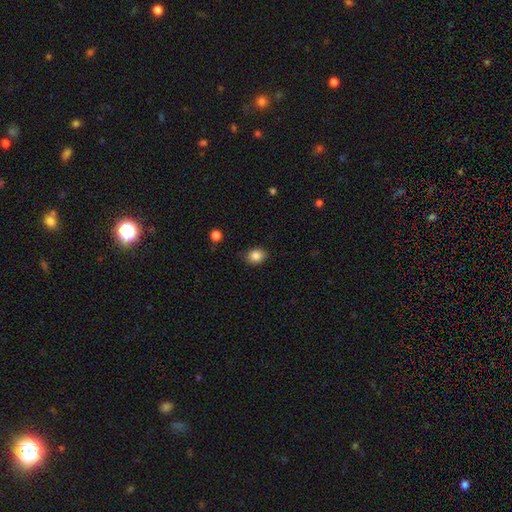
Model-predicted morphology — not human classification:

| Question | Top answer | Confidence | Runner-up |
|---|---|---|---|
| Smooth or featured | smooth | 85% | star or artifact (10%) |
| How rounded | round | 50% | in between (49%) |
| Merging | none | 84% | minor disturbance (12%) |